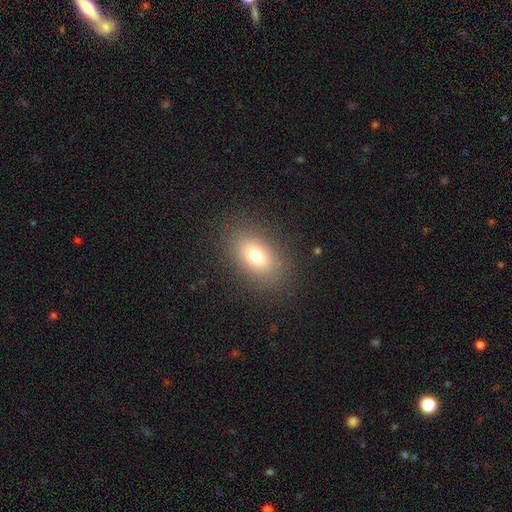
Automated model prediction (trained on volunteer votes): This appears to be a smooth galaxy with no disk features (76%) that is in between round and cigar-shaped (83%). Merging: none (86%).